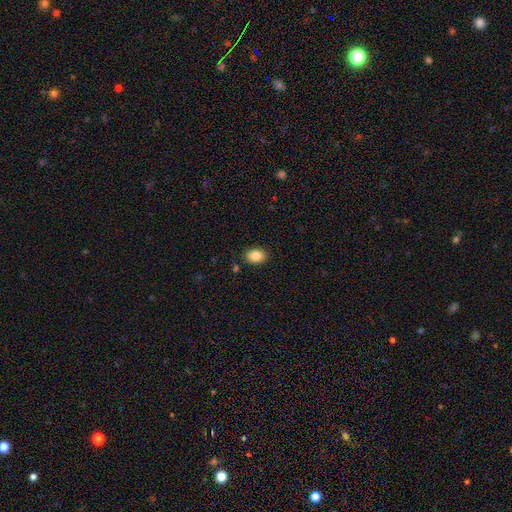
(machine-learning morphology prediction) The model was most divided on "how rounded": in between: 75%, round: 24%, cigar-shaped: 1%. More confident: merging — none (88%); smooth or featured — smooth (85%).